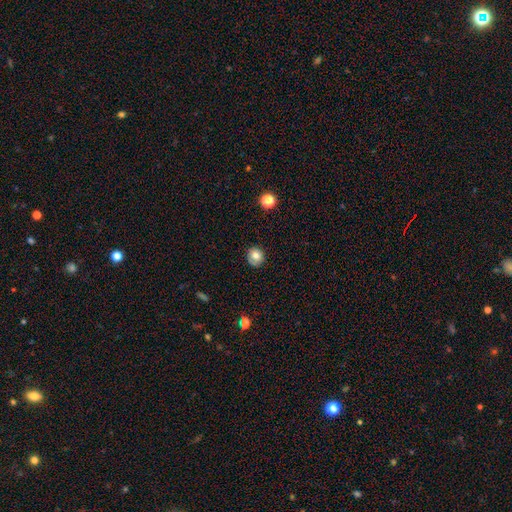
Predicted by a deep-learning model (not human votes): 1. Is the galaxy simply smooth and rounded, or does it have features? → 78% smooth, 11% featured or disk, 10% star or artifact.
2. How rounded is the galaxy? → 82% round, 17% in between, 1% cigar-shaped.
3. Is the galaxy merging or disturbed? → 80% none, 15% minor disturbance, 3% major disturbance, 1% merger.